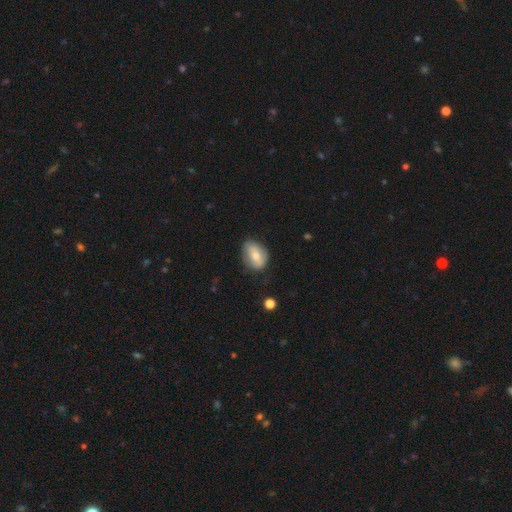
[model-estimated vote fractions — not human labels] smooth-or-featured: smooth: 62% | featured or disk: 31% | star or artifact: 7%
  how-rounded: in between: 76% | round: 23% | cigar-shaped: 2%
  merging: none: 68% | minor disturbance: 24% | major disturbance: 6% | merger: 2%